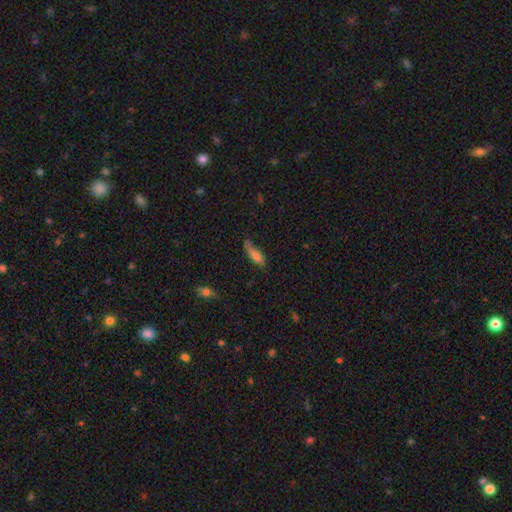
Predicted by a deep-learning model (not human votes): A smooth galaxy with no disk features (76%) that is in between round and cigar-shaped (51%).

Vote fractions:
- Smooth or featured? smooth: 76% / featured or disk: 15% / star or artifact: 8%
- How rounded? in between: 51% / cigar-shaped: 47% / round: 2%
- Merging? none: 49% / minor disturbance: 33% / major disturbance: 12% / merger: 6%